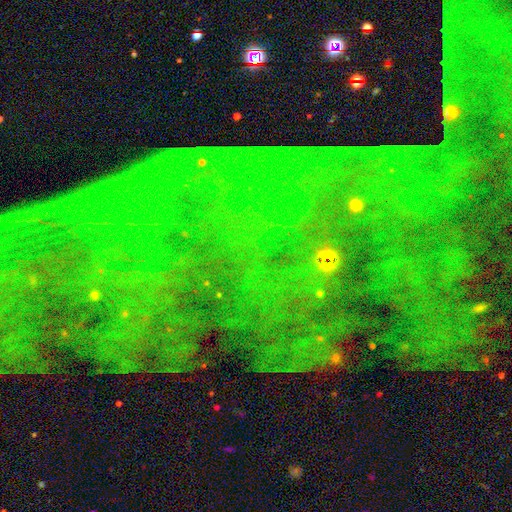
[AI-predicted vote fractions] star or artifact 83%, featured or disk 10%, smooth 7%.